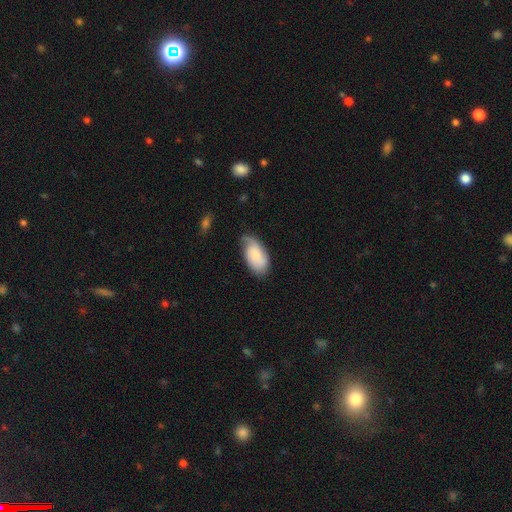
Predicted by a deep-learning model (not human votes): Smooth or featured? Predicted: smooth (p=0.61). How rounded? Predicted: in between (p=0.94). Merging? Predicted: none (p=0.53).